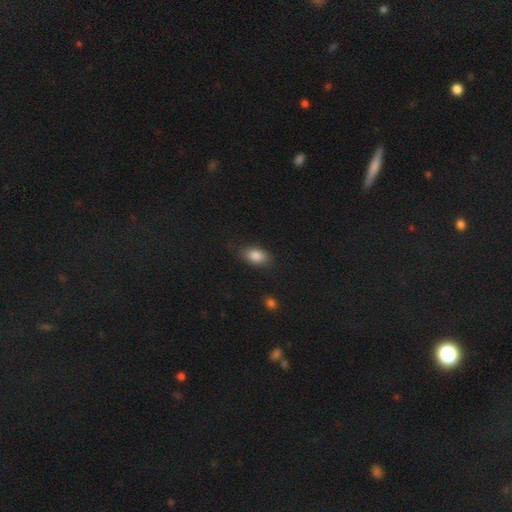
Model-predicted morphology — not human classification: A smooth galaxy with no disk features (86%) that is in between round and cigar-shaped (89%). Merging: none (80%).